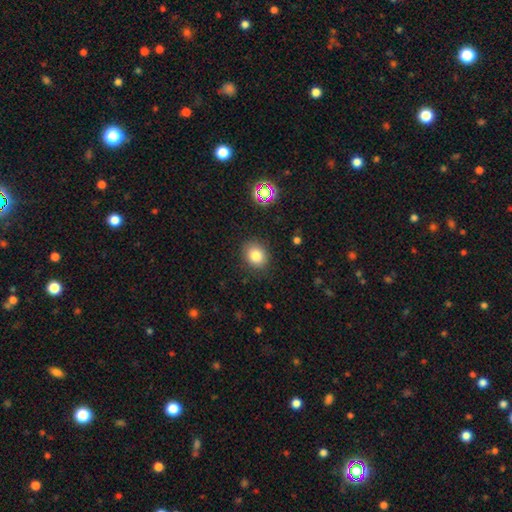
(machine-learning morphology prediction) This is clearly a smooth galaxy (81%). How rounded: likely round (61%). Merging: clearly none (86%).